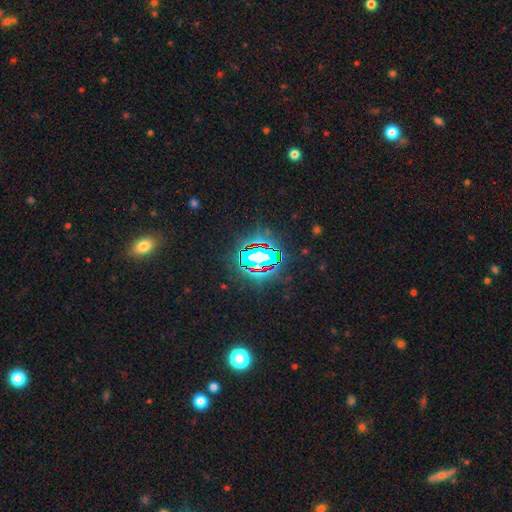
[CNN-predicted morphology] Smooth or featured? star or artifact (75%)